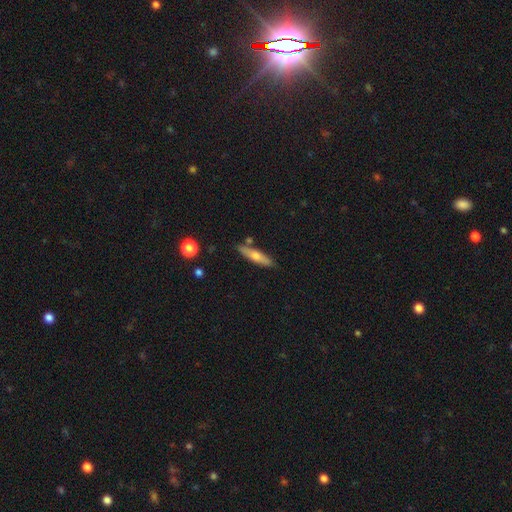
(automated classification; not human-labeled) smooth-or-featured: smooth: 51% | featured or disk: 42% | star or artifact: 7%
  how-rounded: cigar-shaped: 76% | in between: 22% | round: 2%
  merging: none: 81% | minor disturbance: 12% | merger: 5% | major disturbance: 2%